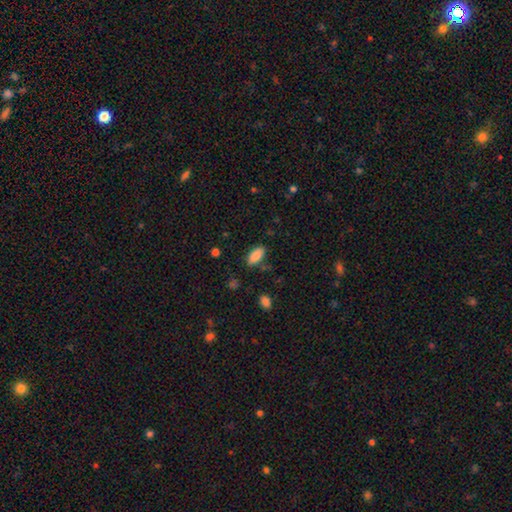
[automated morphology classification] The model was most divided on "merging": none: 80%, minor disturbance: 13%, major disturbance: 3%, merger: 3%. More confident: how rounded — in between (88%); smooth or featured — smooth (87%).